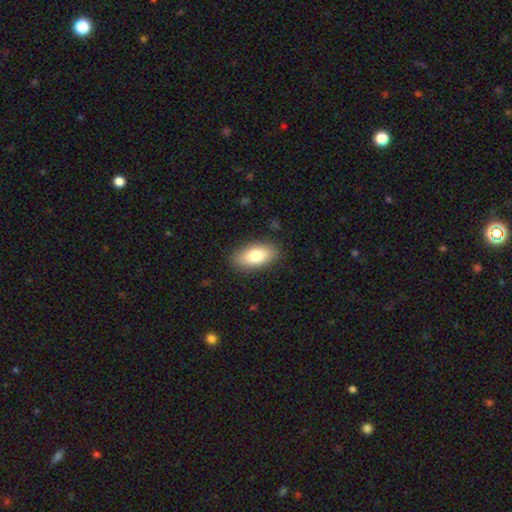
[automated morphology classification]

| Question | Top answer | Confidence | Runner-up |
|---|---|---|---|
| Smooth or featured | smooth | 82% | featured or disk (12%) |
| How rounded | in between | 91% | cigar-shaped (6%) |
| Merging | none | 86% | minor disturbance (10%) |